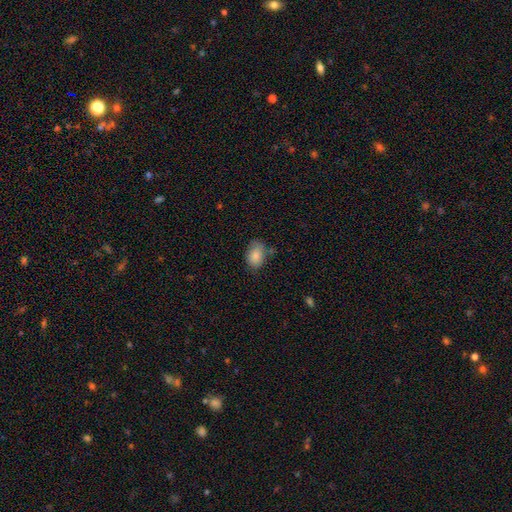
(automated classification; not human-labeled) A smooth galaxy with no disk features (86%) that is in between round and cigar-shaped (81%). Merging: none (67%).